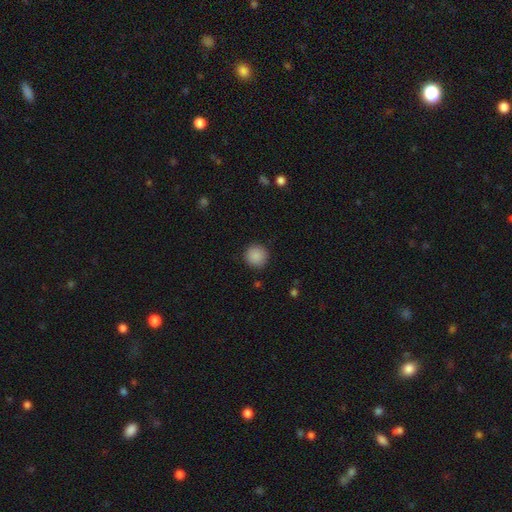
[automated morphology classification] type=smooth (89%); roundness=round (94%); merging=none (91%).